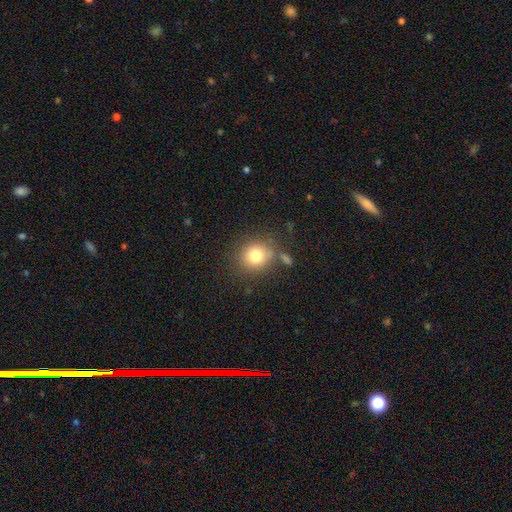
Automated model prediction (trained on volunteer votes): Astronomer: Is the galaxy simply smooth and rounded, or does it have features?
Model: smooth — 78%.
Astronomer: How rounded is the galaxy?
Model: round — 85%.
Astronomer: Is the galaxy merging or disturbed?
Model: none — 73%.